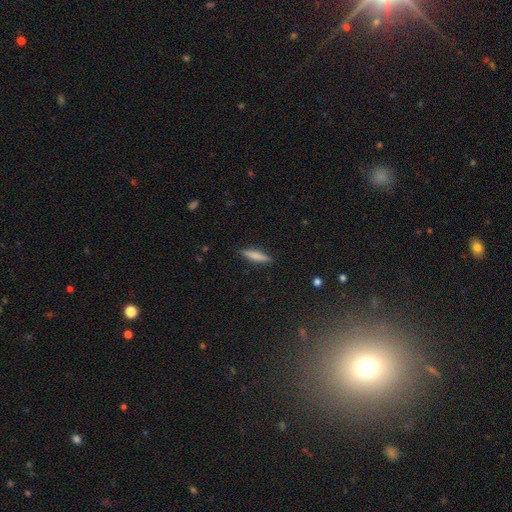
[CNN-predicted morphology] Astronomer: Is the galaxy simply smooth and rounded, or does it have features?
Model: smooth — 71%.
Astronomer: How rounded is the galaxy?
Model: cigar-shaped — 84%.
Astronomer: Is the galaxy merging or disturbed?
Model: none — 88%.